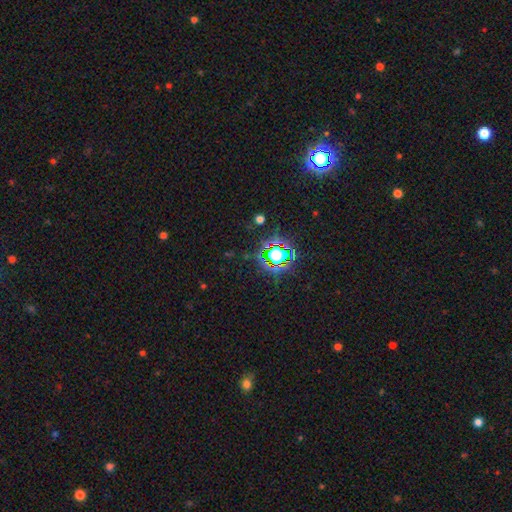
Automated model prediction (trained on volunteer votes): This appears to be a star or artifact, not a galaxy (80%).